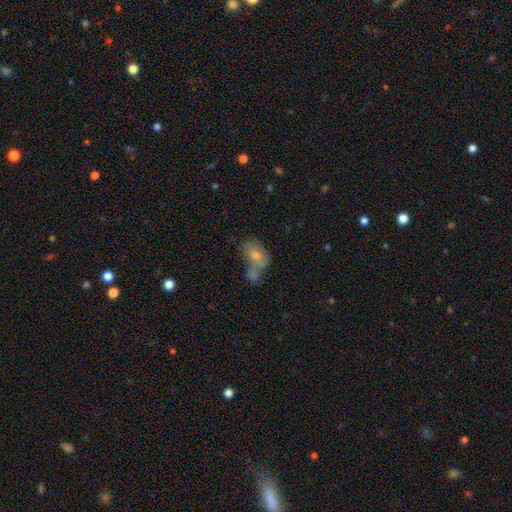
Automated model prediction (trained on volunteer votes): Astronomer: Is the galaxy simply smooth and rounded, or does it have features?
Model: smooth — 56%.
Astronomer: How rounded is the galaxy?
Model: in between — 78%.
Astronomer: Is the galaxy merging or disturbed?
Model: merger — 46% (runner-up: none, 33%).